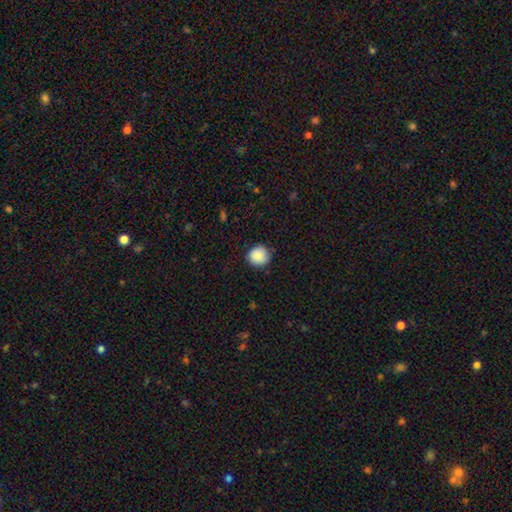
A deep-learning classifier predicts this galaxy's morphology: smooth_or_featured: smooth (p=0.87) [alt: star or artifact p=0.08]
how_rounded: round (p=0.91) [alt: in between p=0.08]
merging: none (p=0.85) [alt: minor disturbance p=0.12]